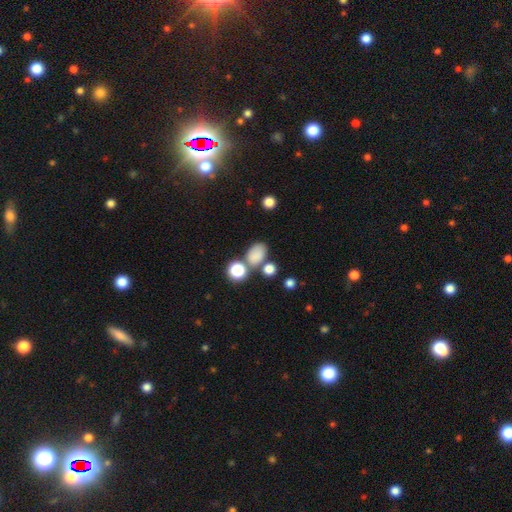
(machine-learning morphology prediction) smooth_or_featured: smooth (p=0.80) [alt: star or artifact p=0.13]
how_rounded: in between (p=0.78) [alt: round p=0.20]
merging: none (p=0.63) [alt: merger p=0.18]